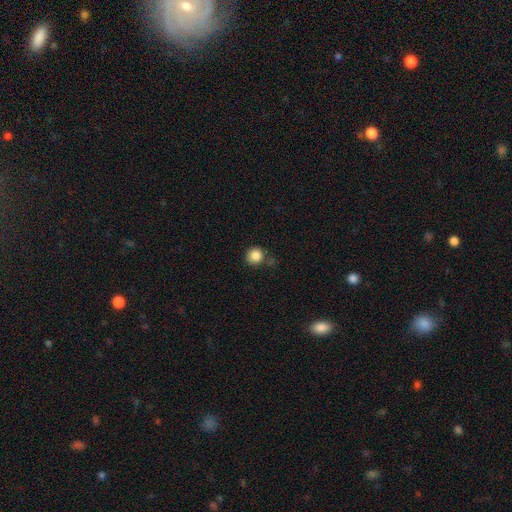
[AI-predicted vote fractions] Smooth or featured: smooth — 85% (star or artifact — 10%)
How rounded: round — 89% (in between — 10%)
Merging: none — 73% (minor disturbance — 15%)